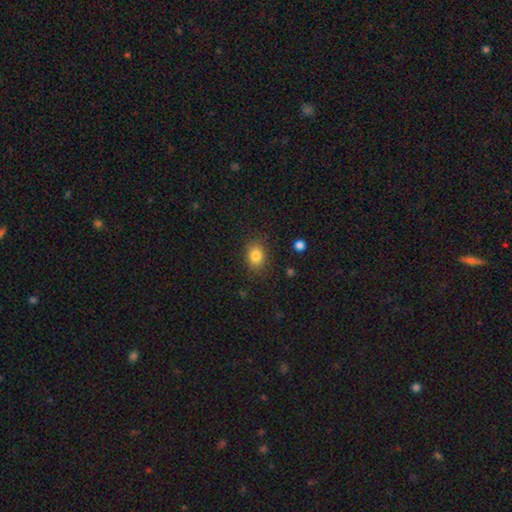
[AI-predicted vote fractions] smooth 84%, star or artifact 10%, featured or disk 6%. Down the decision tree: how rounded — in between (67%); merging — none (83%).